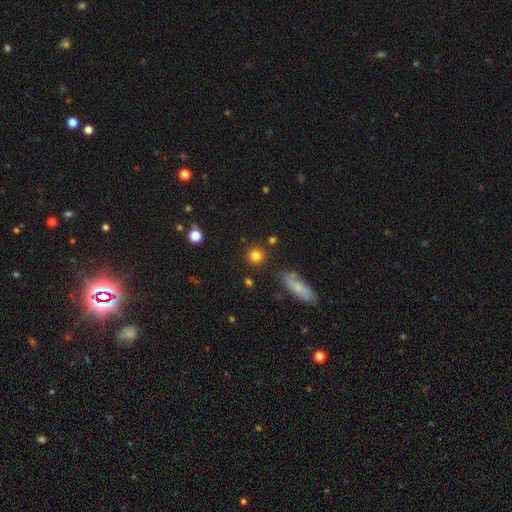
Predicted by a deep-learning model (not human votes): Morphology: type=smooth (82%); roundness=round (90%); merging=none (86%).